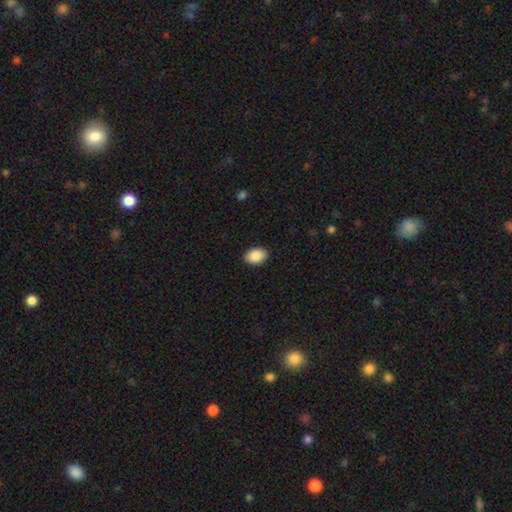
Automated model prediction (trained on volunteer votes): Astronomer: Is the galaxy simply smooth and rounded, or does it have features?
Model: smooth — 89%.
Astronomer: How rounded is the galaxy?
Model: in between — 83%.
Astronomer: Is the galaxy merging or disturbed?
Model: none — 90%.